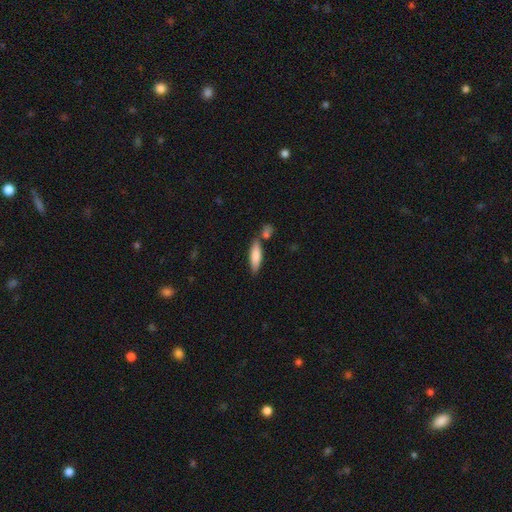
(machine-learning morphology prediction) smooth 80%, featured or disk 15%, star or artifact 6%. Down the decision tree: how rounded — cigar-shaped (55%); merging — none (68%).